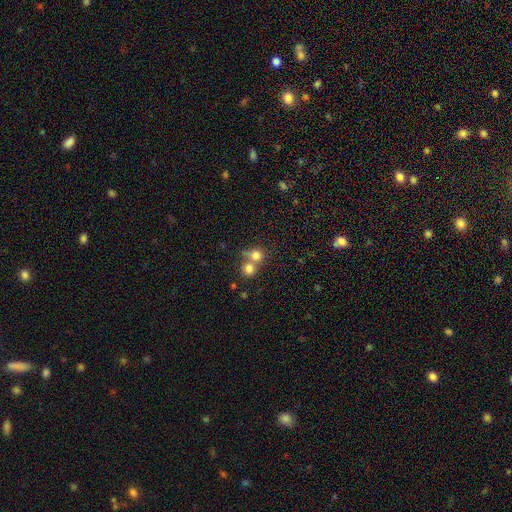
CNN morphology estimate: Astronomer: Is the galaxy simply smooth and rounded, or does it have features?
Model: smooth — 77%.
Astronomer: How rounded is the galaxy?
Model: round — 81%.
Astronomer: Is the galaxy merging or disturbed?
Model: merger — 55% (runner-up: none, 35%).